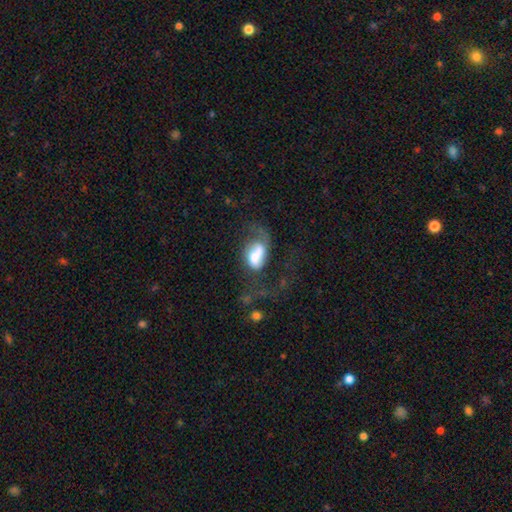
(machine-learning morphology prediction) smooth_or_featured: smooth (p=0.47) [alt: featured or disk p=0.44]
merging: major disturbance (p=0.39) [alt: none p=0.22]